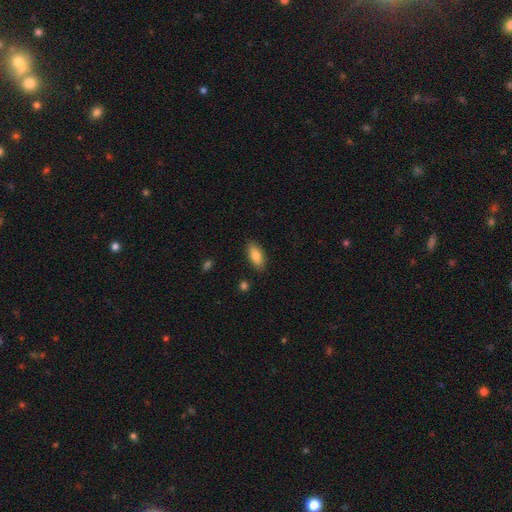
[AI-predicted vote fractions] Smooth or featured?
  - smooth: 80% *
  - featured or disk: 13%
  - star or artifact: 7%
How rounded?
  - in between: 86% *
  - cigar-shaped: 11%
  - round: 3%
Merging?
  - none: 86% *
  - minor disturbance: 10%
  - major disturbance: 2%
  - merger: 1%